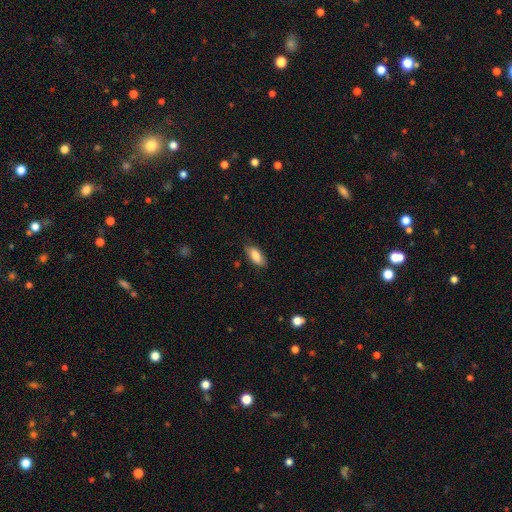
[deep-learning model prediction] Smooth or featured: smooth — 85% (featured or disk — 8%)
How rounded: in between — 84% (cigar-shaped — 14%)
Merging: none — 79% (minor disturbance — 17%)